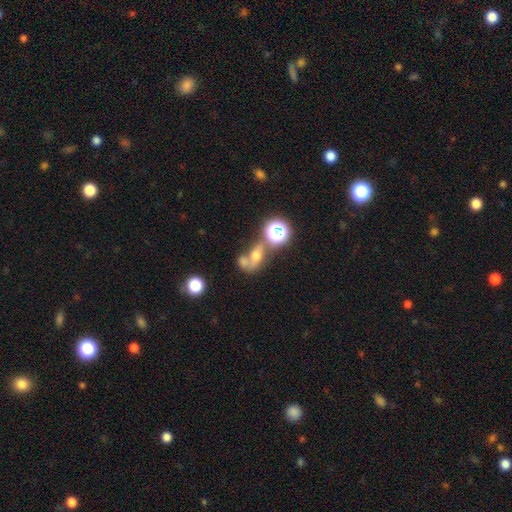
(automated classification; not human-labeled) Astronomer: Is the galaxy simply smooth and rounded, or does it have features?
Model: smooth — 46% (runner-up: featured or disk, 30%).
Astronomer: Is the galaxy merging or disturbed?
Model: merger — 52%.